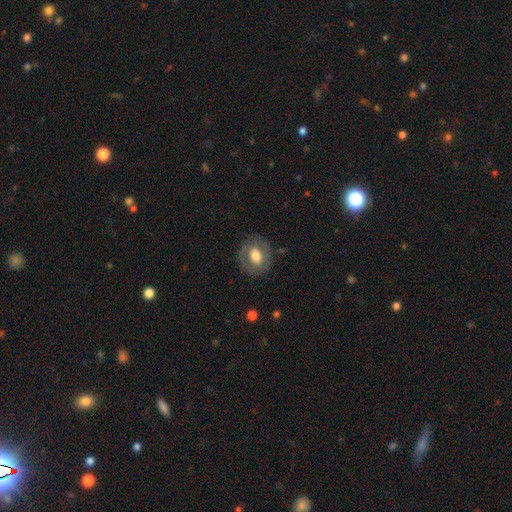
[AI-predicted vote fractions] Smooth or featured?
  - smooth: 55% *
  - featured or disk: 38%
  - star or artifact: 7%
How rounded?
  - round: 63% *
  - in between: 36%
  - cigar-shaped: 1%
Merging?
  - none: 79% *
  - minor disturbance: 13%
  - major disturbance: 6%
  - merger: 1%